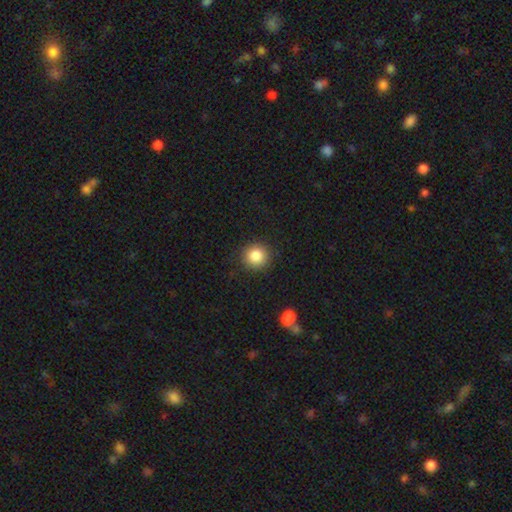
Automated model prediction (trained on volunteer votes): The model was most divided on "smooth or featured": smooth: 85%, star or artifact: 10%, featured or disk: 5%. More confident: how rounded — round (91%); merging — none (89%).